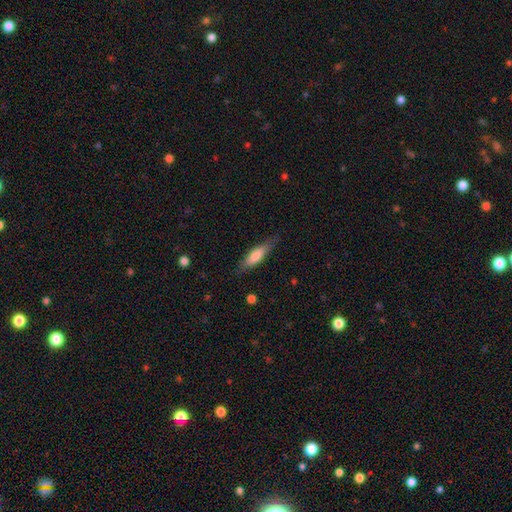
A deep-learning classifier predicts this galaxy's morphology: smooth 69%, featured or disk 25%, star or artifact 6%. Down the decision tree: how rounded — cigar-shaped (66%); merging — none (79%).